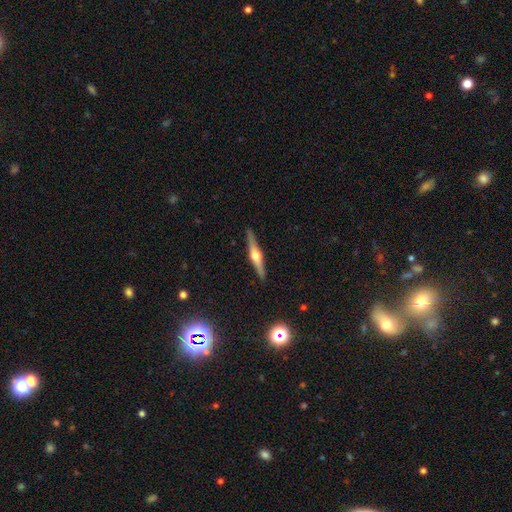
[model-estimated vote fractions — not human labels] A featured or disk galaxy (77%) viewed edge-on (98%) with a rounded central bulge (94%). Merging: none (91%).